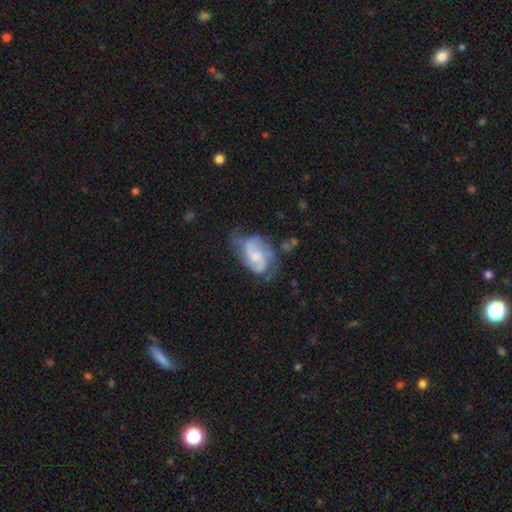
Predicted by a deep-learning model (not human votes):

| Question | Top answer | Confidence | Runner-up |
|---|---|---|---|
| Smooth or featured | featured or disk | 75% | smooth (19%) |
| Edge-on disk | no | 97% | yes (3%) |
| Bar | no | 59% | weak (35%) |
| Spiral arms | yes | 90% | no (10%) |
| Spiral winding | medium | 49% | tight (26%) |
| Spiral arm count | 2 | 66% | can't tell (15%) |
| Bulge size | moderate | 43% | small (42%) |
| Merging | none | 48% | minor disturbance (28%) |